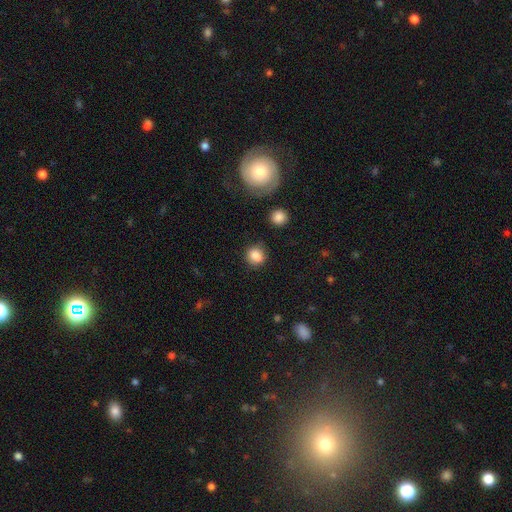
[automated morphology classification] This appears to be a smooth galaxy with no disk features (85%) that is round (75%). Merging: none (78%).